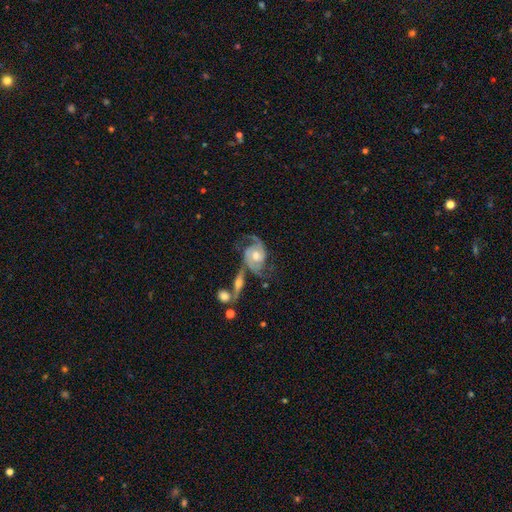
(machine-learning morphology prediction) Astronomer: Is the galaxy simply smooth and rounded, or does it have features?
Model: featured or disk — 90%.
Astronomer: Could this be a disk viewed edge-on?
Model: no — 97%.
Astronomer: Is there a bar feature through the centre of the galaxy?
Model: no — 64%.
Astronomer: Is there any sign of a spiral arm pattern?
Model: yes — 97%.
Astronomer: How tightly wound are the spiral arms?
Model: medium — 50% (runner-up: tight, 32%).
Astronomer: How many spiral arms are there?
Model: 2 — 85%.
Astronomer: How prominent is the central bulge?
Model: moderate — 69%.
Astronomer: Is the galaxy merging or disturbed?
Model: none — 52%.